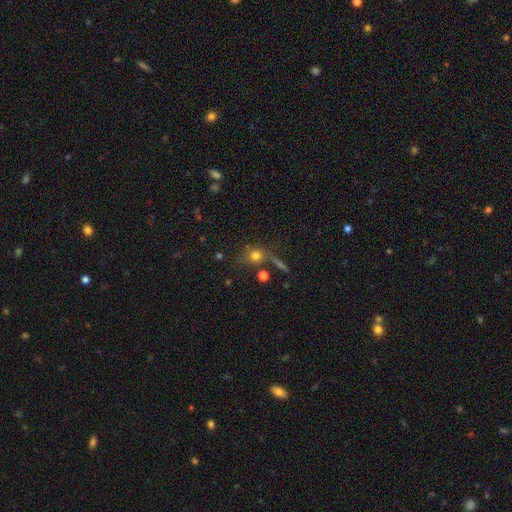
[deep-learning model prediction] smooth 72%, star or artifact 16%, featured or disk 12%. Down the decision tree: how rounded — round (76%); merging — none (66%).